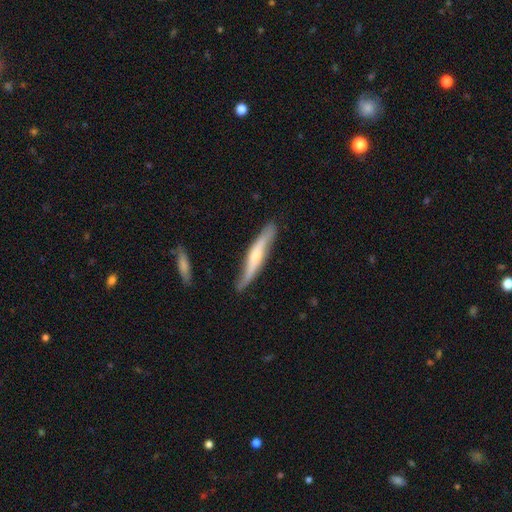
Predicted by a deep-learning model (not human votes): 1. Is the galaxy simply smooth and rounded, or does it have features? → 60% featured or disk, 35% smooth, 5% star or artifact.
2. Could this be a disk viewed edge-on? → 76% yes, 24% no.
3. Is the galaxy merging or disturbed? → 77% none, 18% minor disturbance, 3% major disturbance, 2% merger.